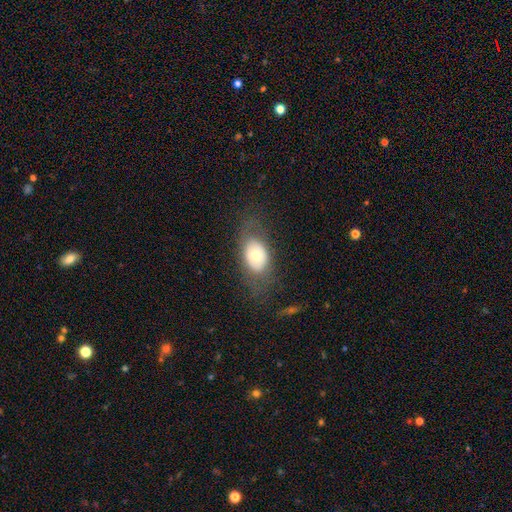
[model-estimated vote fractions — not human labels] This appears to be a smooth galaxy with no disk features (53%) that is in between round and cigar-shaped (81%). Merging: none (67%).